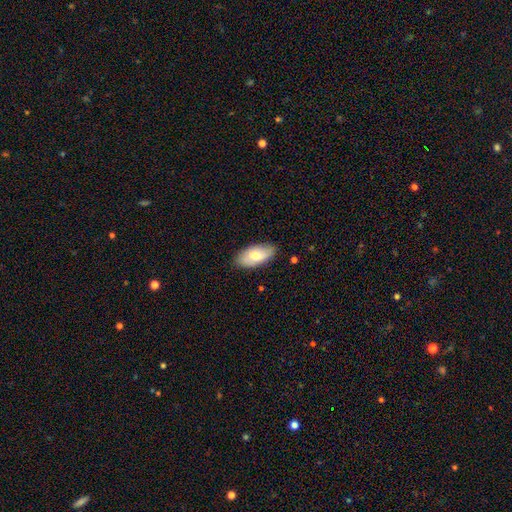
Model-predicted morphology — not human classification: smooth 72%, featured or disk 22%, star or artifact 6%. Down the decision tree: how rounded — in between (92%); merging — none (83%).